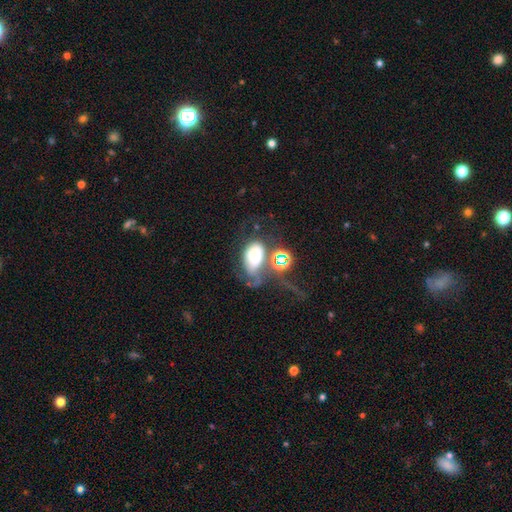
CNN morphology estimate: Smooth or featured? smooth (58%)
How rounded? in between (86%)
Merging? major disturbance (33%)